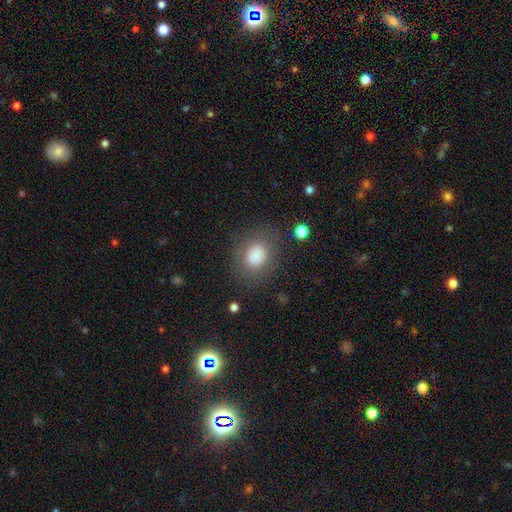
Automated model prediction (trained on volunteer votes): smooth-or-featured: smooth: 82% | star or artifact: 11% | featured or disk: 7%
  how-rounded: round: 58% | in between: 41% | cigar-shaped: 1%
  merging: none: 77% | minor disturbance: 13% | major disturbance: 7% | merger: 2%